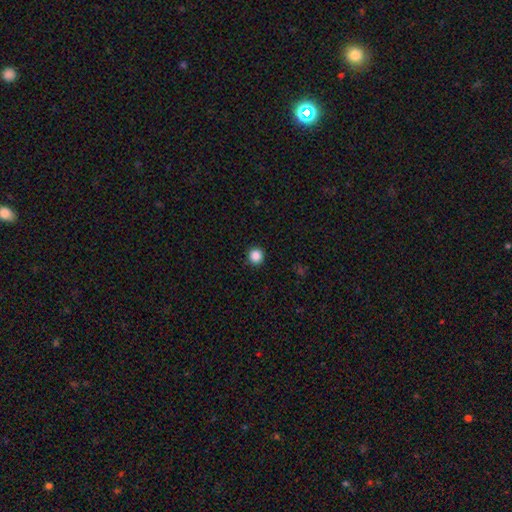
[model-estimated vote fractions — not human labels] smooth-or-featured: smooth: 87% | star or artifact: 10% | featured or disk: 3%
  how-rounded: round: 95% | in between: 4% | cigar-shaped: 1%
  merging: none: 93% | minor disturbance: 4% | major disturbance: 2% | merger: 1%